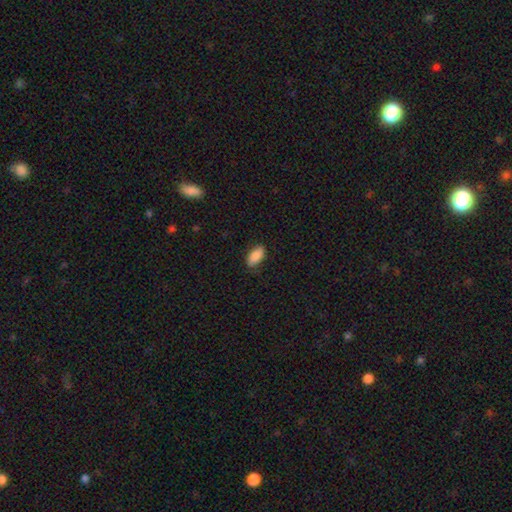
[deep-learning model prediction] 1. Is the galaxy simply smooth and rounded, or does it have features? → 88% smooth, 6% star or artifact, 6% featured or disk.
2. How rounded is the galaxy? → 91% in between, 6% cigar-shaped, 3% round.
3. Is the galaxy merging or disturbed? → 83% none, 14% minor disturbance, 3% major disturbance, 1% merger.